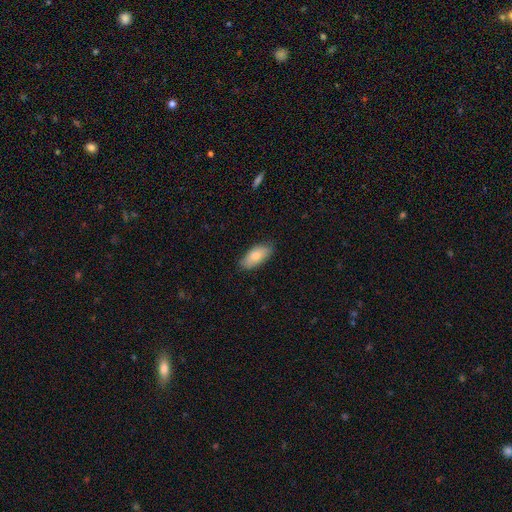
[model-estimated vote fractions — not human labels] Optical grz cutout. It shows a smooth galaxy with no disk features (81%) that is in between round and cigar-shaped (90%). Merging: none (81%).